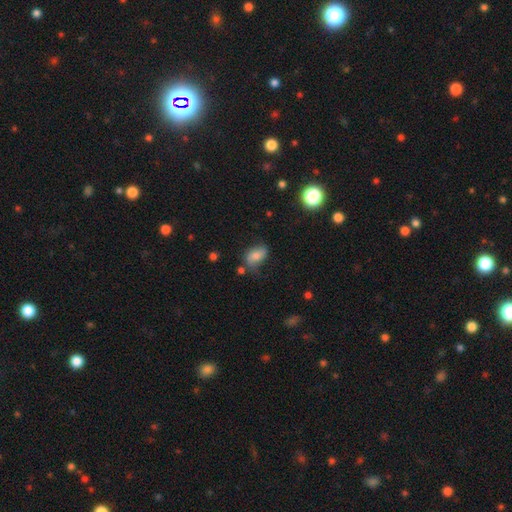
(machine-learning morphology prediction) smooth 65%, featured or disk 24%, star or artifact 11%. Down the decision tree: how rounded — in between (86%); merging — none (53%).